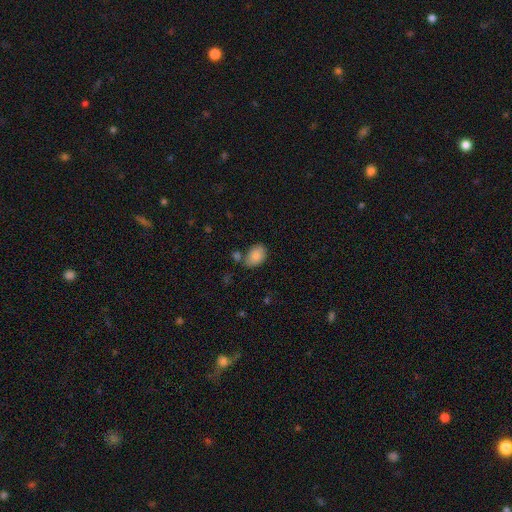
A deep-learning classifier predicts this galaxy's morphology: Smooth or featured?
  - smooth: 85% *
  - star or artifact: 8%
  - featured or disk: 7%
How rounded?
  - in between: 85% *
  - round: 14%
  - cigar-shaped: 1%
Merging?
  - none: 66% *
  - minor disturbance: 18%
  - merger: 11%
  - major disturbance: 5%